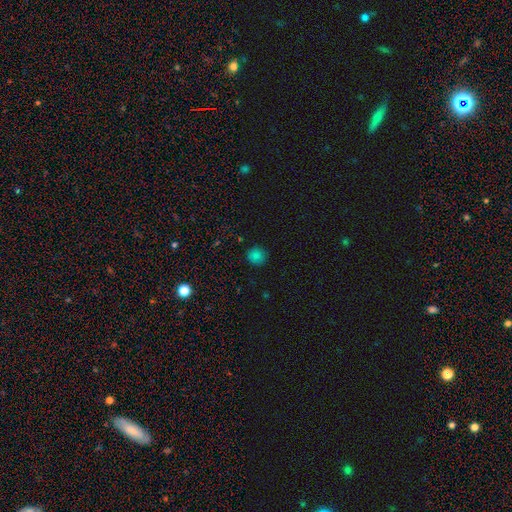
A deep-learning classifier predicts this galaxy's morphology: The model was most divided on "smooth or featured": smooth: 81%, star or artifact: 15%, featured or disk: 4%. More confident: how rounded — round (91%); merging — none (87%).